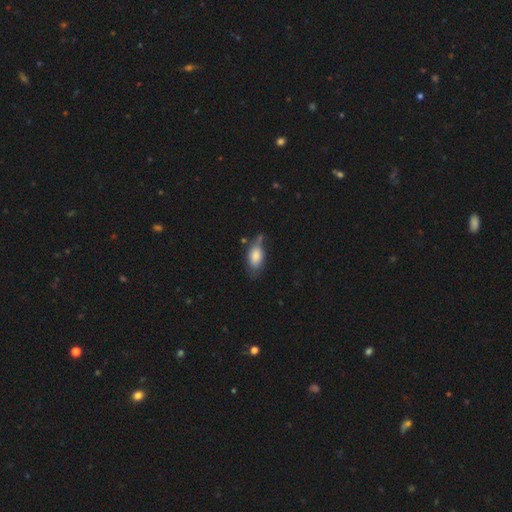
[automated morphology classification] A smooth galaxy with no disk features (81%) that is in between round and cigar-shaped (90%). Merging: none (49%).